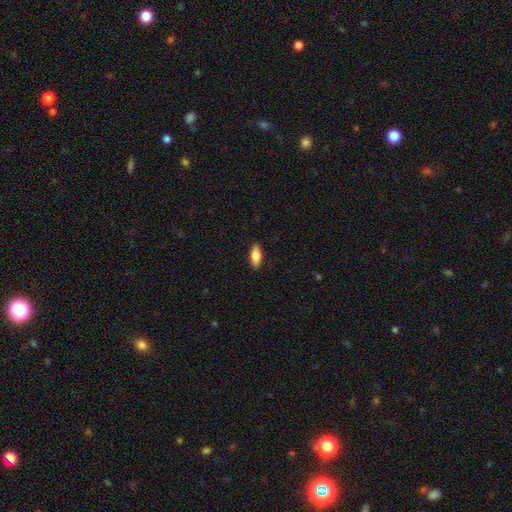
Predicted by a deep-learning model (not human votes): Overall: smooth (80%). How rounded: in between (81%). Merging: none (89%).